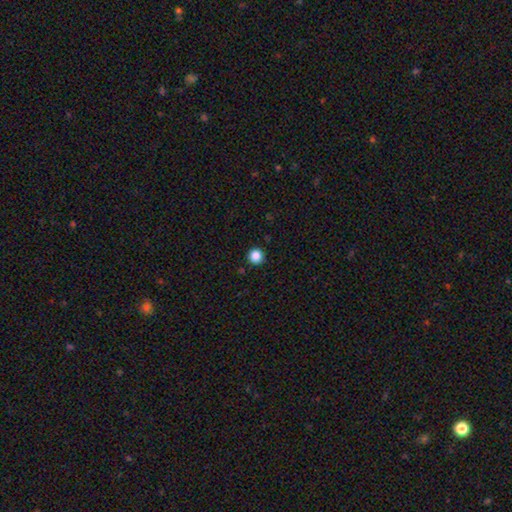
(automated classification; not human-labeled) A smooth galaxy with no disk features (86%) that is round (96%). Merging: none (92%).